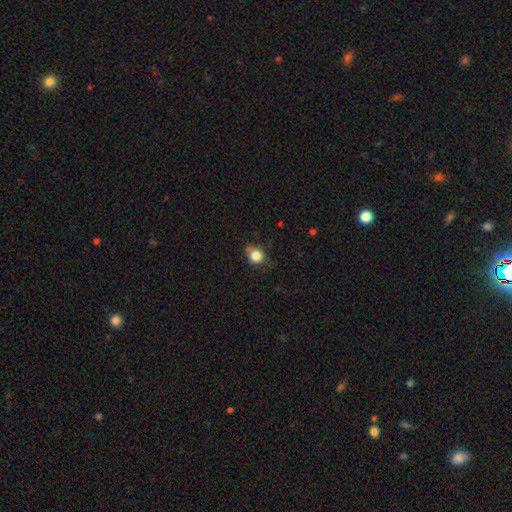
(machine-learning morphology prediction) Smooth or featured? Predicted: smooth (p=0.83). How rounded? Predicted: round (p=0.79). Merging? Predicted: none (p=0.65).